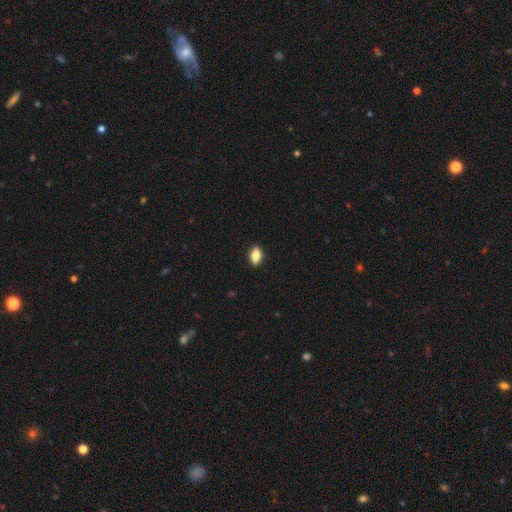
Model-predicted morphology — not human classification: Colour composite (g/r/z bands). It shows a smooth galaxy with no disk features (82%) that is in between round and cigar-shaped (87%). Merging: none (90%).